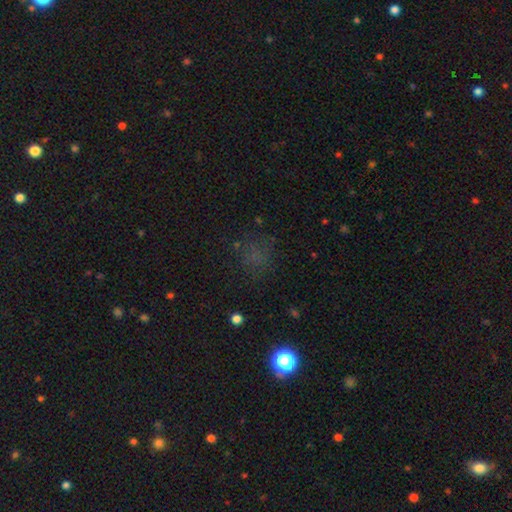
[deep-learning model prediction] Smooth or featured?
  - smooth: 52% *
  - star or artifact: 35%
  - featured or disk: 13%
How rounded?
  - round: 78% *
  - in between: 21%
  - cigar-shaped: 2%
Merging?
  - none: 70% *
  - minor disturbance: 16%
  - major disturbance: 12%
  - merger: 3%